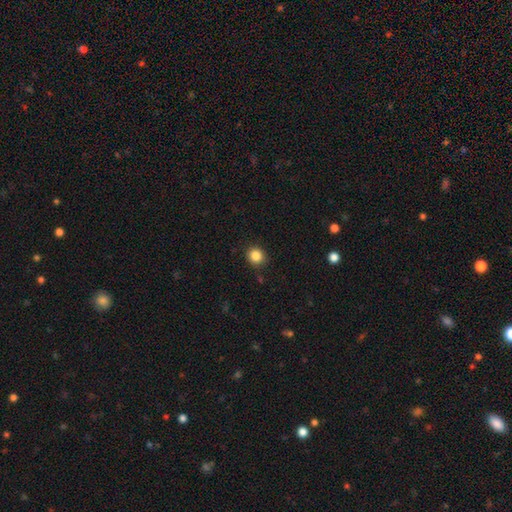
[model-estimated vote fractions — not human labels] The model was most divided on "smooth or featured": smooth: 85%, star or artifact: 11%, featured or disk: 4%. More confident: merging — none (89%); how rounded — round (88%).